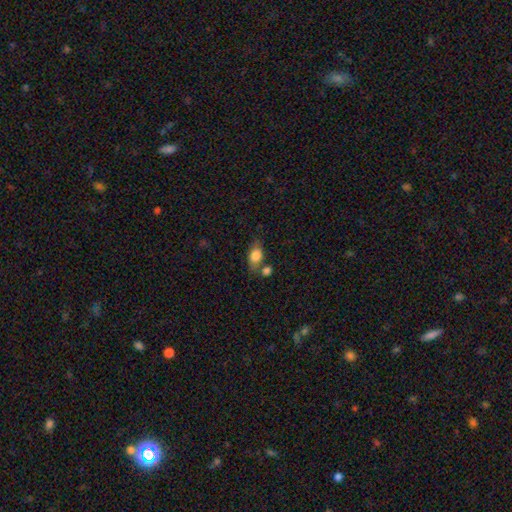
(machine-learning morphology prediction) smooth_or_featured: smooth (p=0.80) [alt: featured or disk p=0.12]
how_rounded: in between (p=0.83) [alt: round p=0.13]
merging: none (p=0.57) [alt: merger p=0.19]